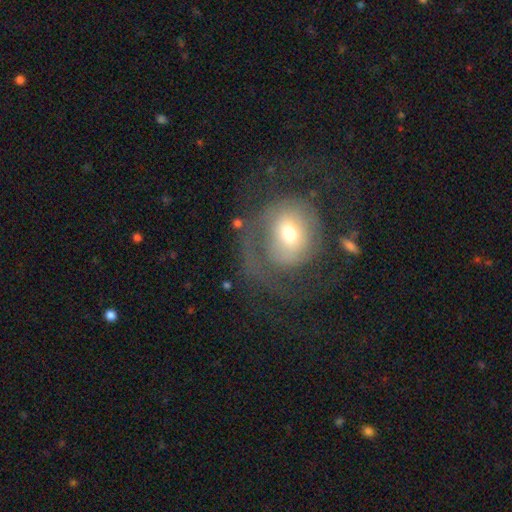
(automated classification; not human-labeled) This is likely a featured or disk galaxy (63%). It is clearly not viewed edge-on (96%). Bar: likely no (62%). Spiral arm pattern: likely yes (62%). Central bulge: possibly moderate (59%). Merging: possibly none (55%).